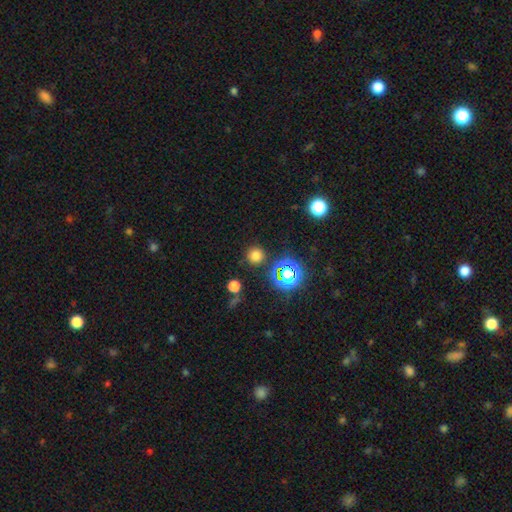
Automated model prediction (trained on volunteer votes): smooth 72%, star or artifact 22%, featured or disk 6%. Down the decision tree: how rounded — round (94%); merging — none (87%).